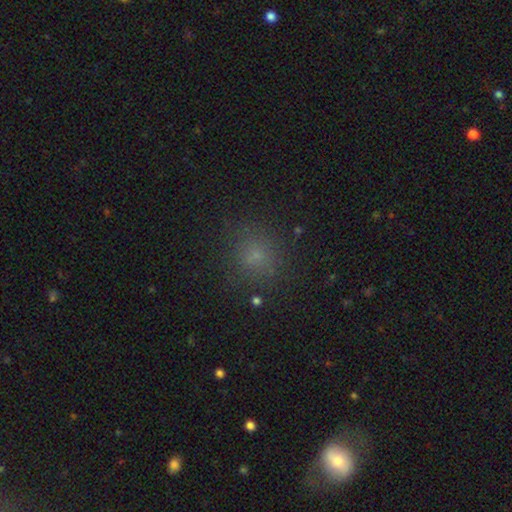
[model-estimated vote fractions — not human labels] Smooth or featured? smooth (69%)
How rounded? round (84%)
Merging? none (82%)